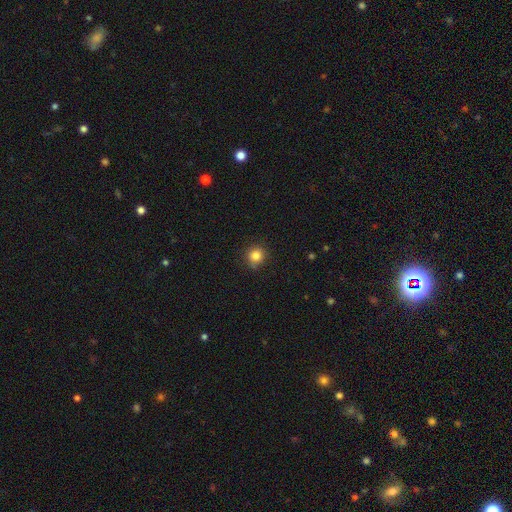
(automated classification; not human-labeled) smooth-or-featured: smooth: 83% | star or artifact: 12% | featured or disk: 5%
  how-rounded: round: 91% | in between: 8% | cigar-shaped: 1%
  merging: none: 86% | minor disturbance: 10% | major disturbance: 2% | merger: 2%